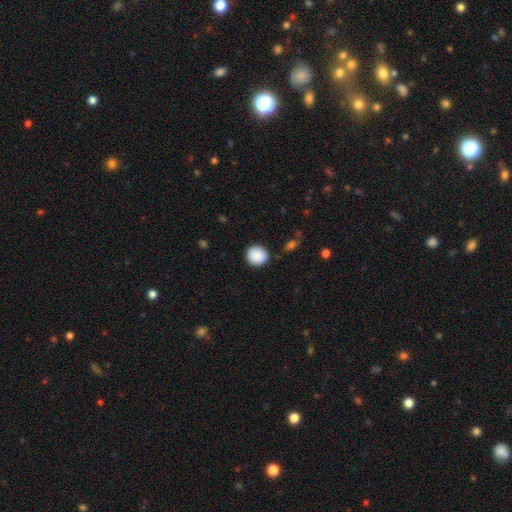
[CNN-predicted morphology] Overall: smooth (90%). How rounded: round (91%). Merging: none (89%).